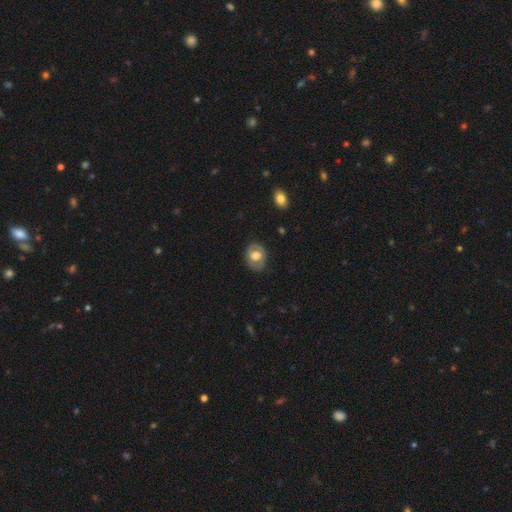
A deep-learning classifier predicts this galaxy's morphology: Smooth or featured: smooth — 57% (featured or disk — 37%)
How rounded: in between — 56% (round — 43%)
Merging: none — 79% (minor disturbance — 16%)